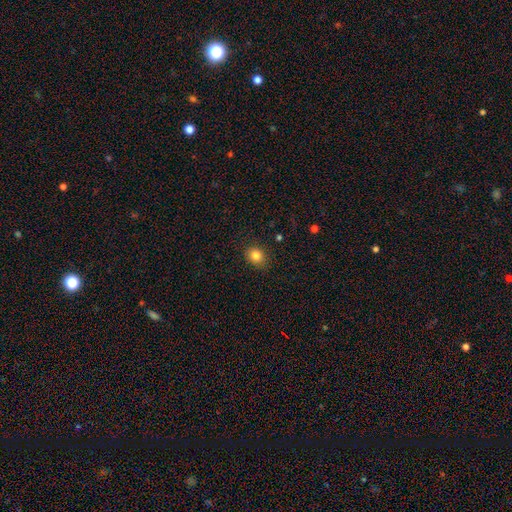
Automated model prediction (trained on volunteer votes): Morphology: type=smooth (83%); roundness=round (58%); merging=none (87%).